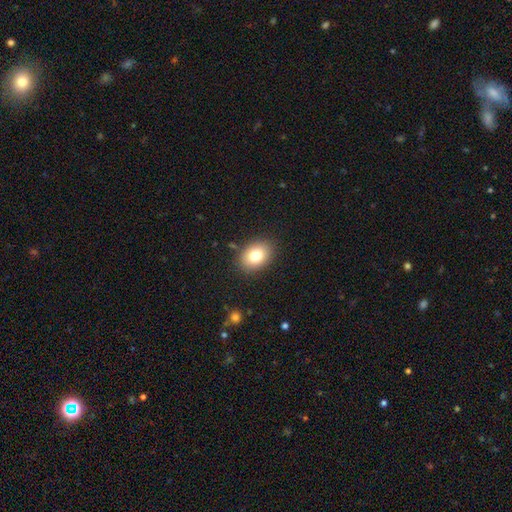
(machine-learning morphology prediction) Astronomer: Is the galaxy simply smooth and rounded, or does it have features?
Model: smooth — 80%.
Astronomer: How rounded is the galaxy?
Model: in between — 72%.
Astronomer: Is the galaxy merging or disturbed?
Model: none — 87%.